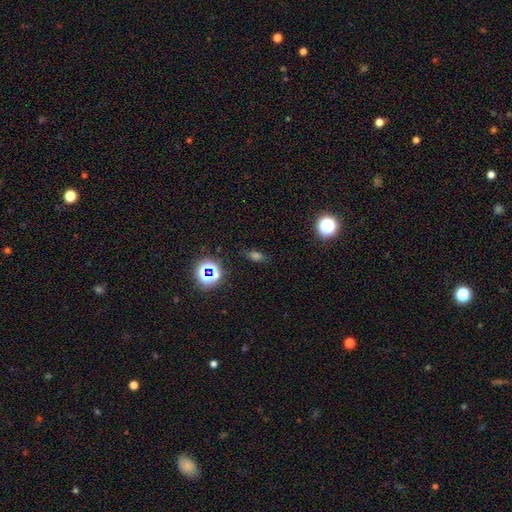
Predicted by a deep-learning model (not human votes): Smooth or featured?
  - smooth: 57% *
  - star or artifact: 33%
  - featured or disk: 10%
How rounded?
  - in between: 67% *
  - round: 20%
  - cigar-shaped: 13%
Merging?
  - none: 84% *
  - minor disturbance: 11%
  - major disturbance: 3%
  - merger: 2%